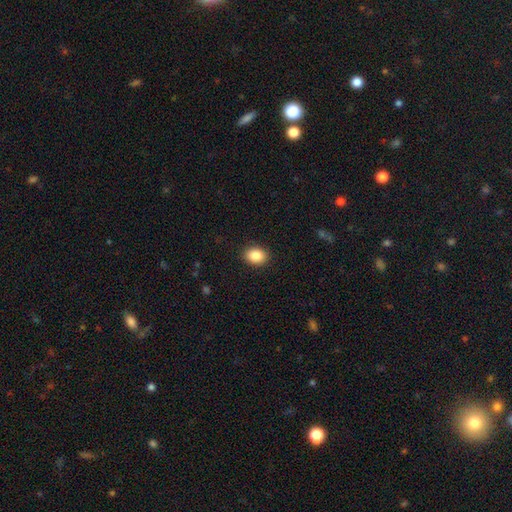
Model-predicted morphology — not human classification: type=smooth (87%); roundness=in between (61%); merging=none (90%).